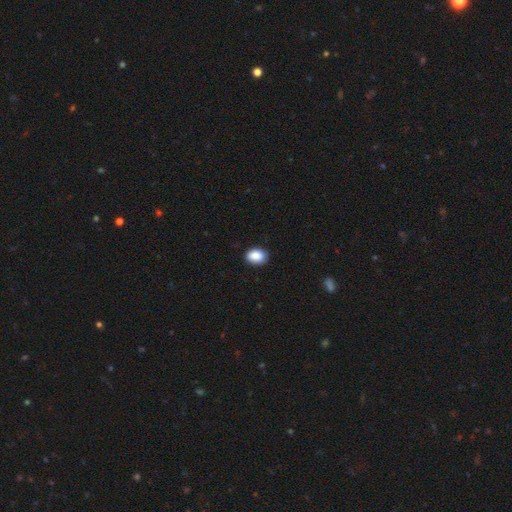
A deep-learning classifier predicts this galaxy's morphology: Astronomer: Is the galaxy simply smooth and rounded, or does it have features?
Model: smooth — 89%.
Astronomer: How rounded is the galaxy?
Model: in between — 78%.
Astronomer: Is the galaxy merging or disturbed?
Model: none — 87%.